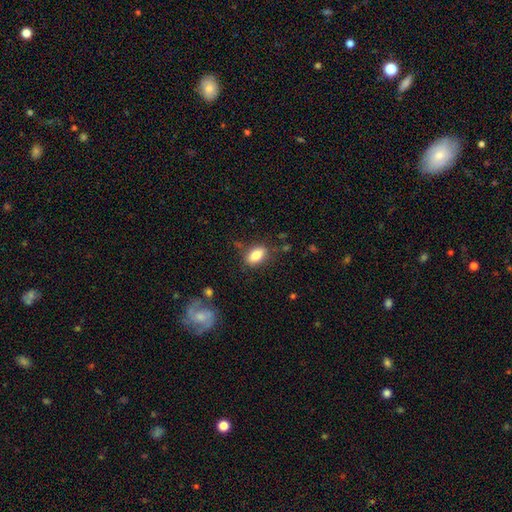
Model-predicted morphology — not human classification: This appears to be a smooth galaxy with no disk features (83%) that is in between round and cigar-shaped (88%). Merging: none (79%).